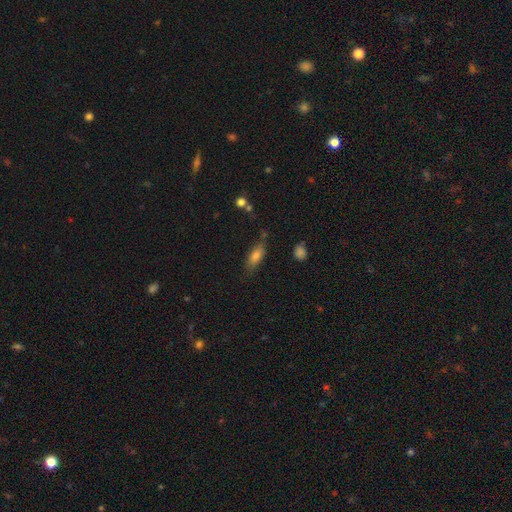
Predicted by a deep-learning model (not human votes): Q: Smooth or featured?
A: smooth (76%); runner-up: featured or disk (16%)
Q: How rounded?
A: in between (74%); runner-up: cigar-shaped (23%)
Q: Merging?
A: none (71%); runner-up: minor disturbance (19%)